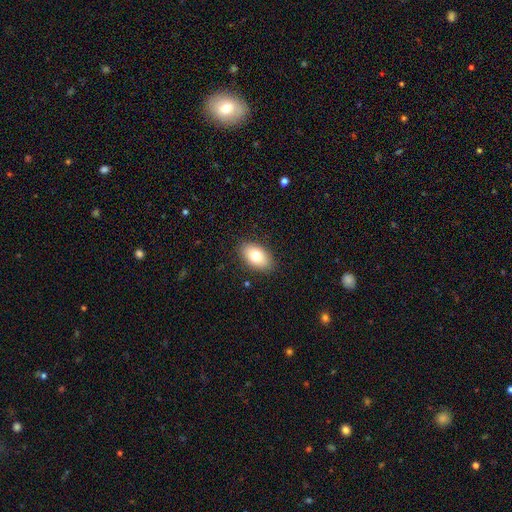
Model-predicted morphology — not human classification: The model was most divided on "smooth or featured": smooth: 77%, featured or disk: 15%, star or artifact: 8%. More confident: how rounded — in between (91%); merging — none (88%).